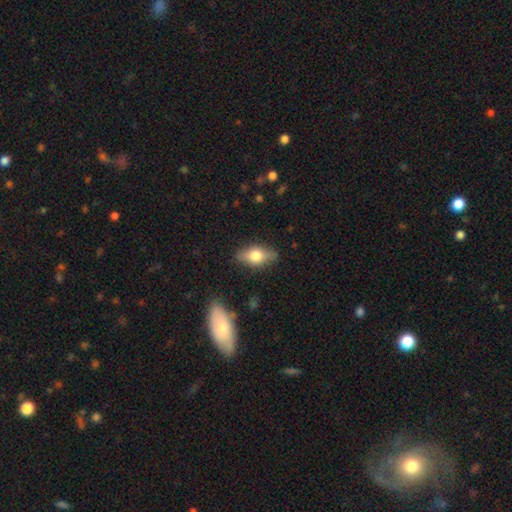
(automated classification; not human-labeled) smooth 61%, featured or disk 32%, star or artifact 7%. Down the decision tree: how rounded — in between (82%); merging — none (81%).